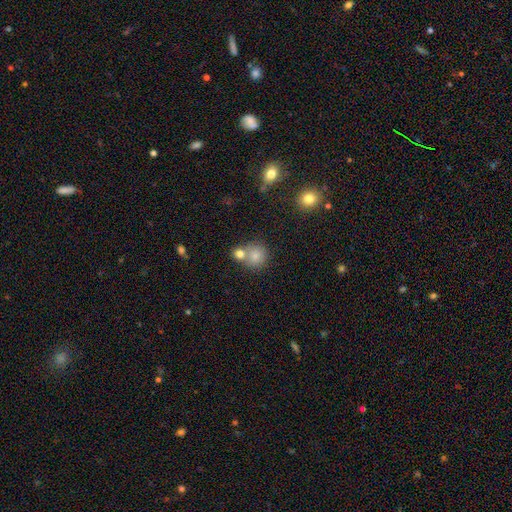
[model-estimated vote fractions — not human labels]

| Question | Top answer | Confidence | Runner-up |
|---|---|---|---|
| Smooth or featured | smooth | 79% | star or artifact (12%) |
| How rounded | round | 87% | in between (12%) |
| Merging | none | 51% | merger (38%) |